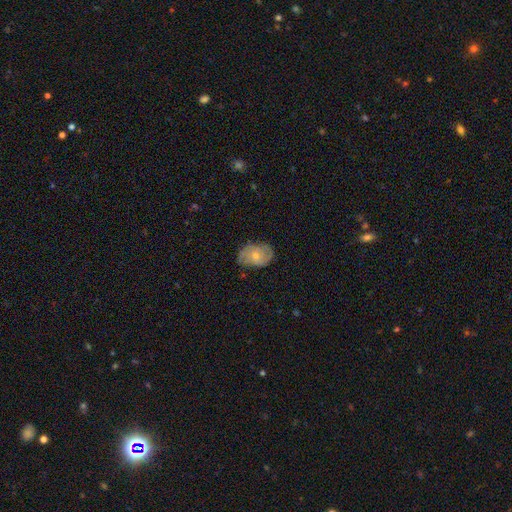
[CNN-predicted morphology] smooth-or-featured: smooth: 49% | featured or disk: 44% | star or artifact: 7%
  merging: none: 65% | minor disturbance: 27% | major disturbance: 7% | merger: 1%